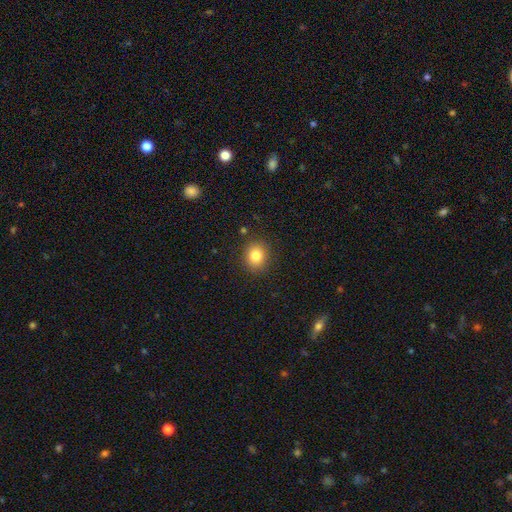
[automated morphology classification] This appears to be a smooth galaxy with no disk features (82%) that is round (79%). Merging: none (88%).